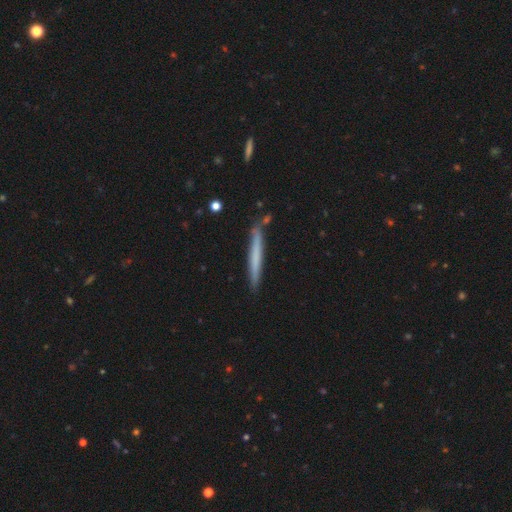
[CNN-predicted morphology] smooth 61%, featured or disk 33%, star or artifact 6%. Down the decision tree: how rounded — cigar-shaped (97%); merging — none (85%).